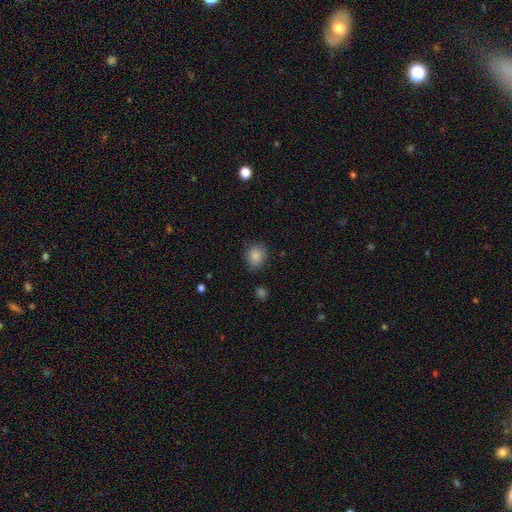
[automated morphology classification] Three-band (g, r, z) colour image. It shows a smooth galaxy with no disk features (86%) that is round (73%). Merging: none (80%).